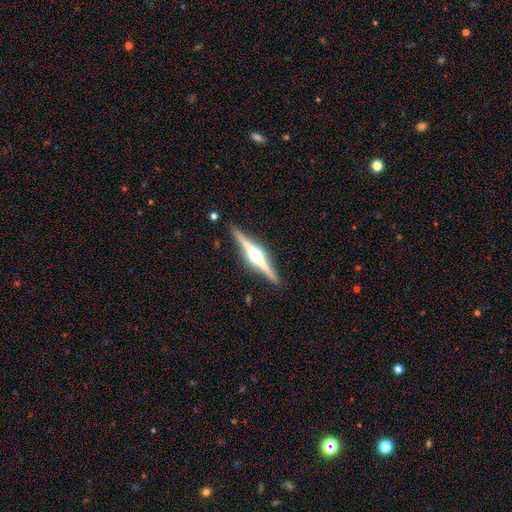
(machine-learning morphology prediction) This appears to be a featured or disk galaxy (84%) viewed edge-on (98%) with a rounded central bulge (95%). Merging: none (90%).